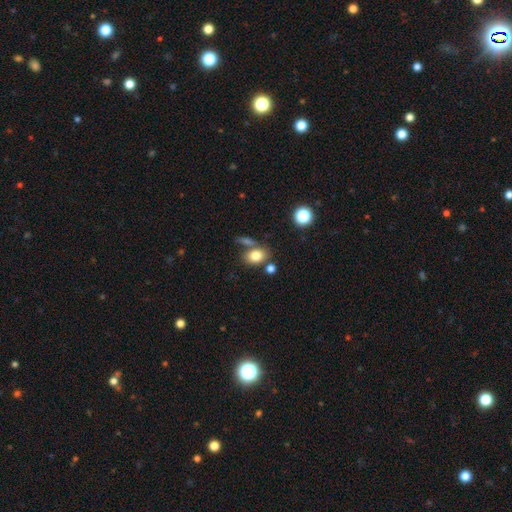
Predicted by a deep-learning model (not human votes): smooth-or-featured: smooth: 79% | featured or disk: 11% | star or artifact: 10%
  how-rounded: in between: 70% | round: 28% | cigar-shaped: 1%
  merging: none: 61% | merger: 19% | minor disturbance: 14% | major disturbance: 6%